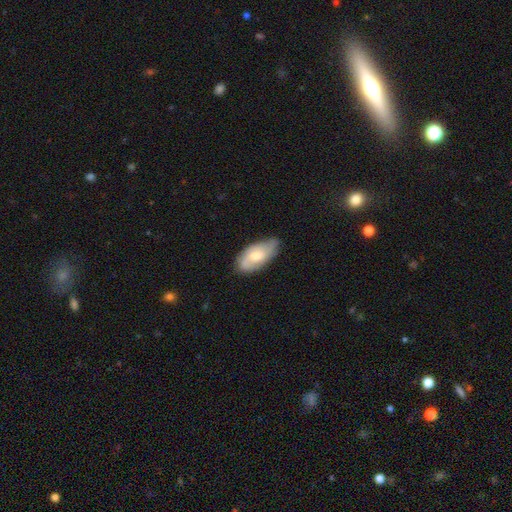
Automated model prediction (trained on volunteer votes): A featured or disk galaxy (53%). Merging: none (64%).